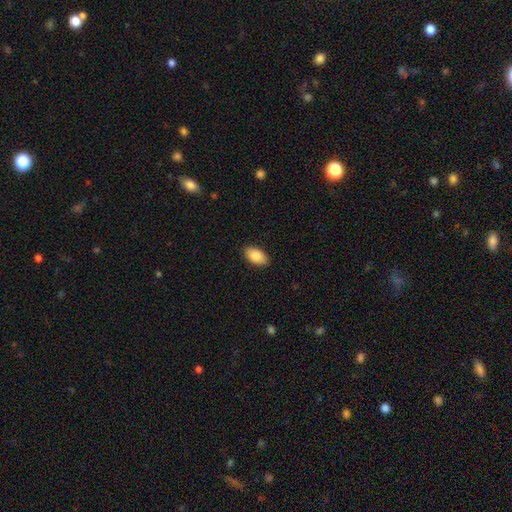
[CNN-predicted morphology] Overall: smooth (86%). How rounded: in between (94%). Merging: none (89%).